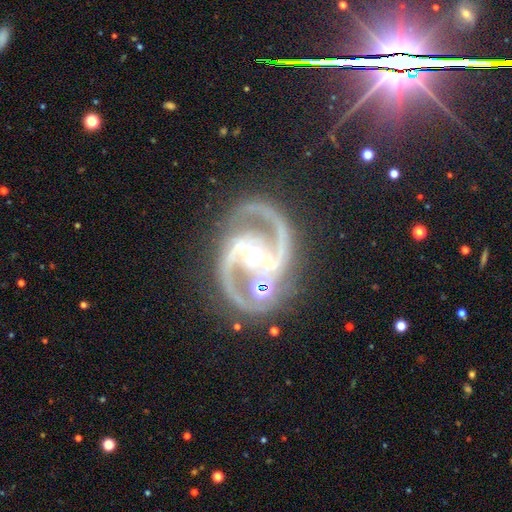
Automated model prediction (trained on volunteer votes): smooth_or_featured: featured or disk (p=0.92) [alt: star or artifact p=0.06]
disk_edge_on: no (p=0.98) [alt: yes p=0.02]
bar: strong (p=0.67) [alt: weak p=0.23]
has_spiral_arms: yes (p=0.98) [alt: no p=0.02]
spiral_winding: medium (p=0.65) [alt: tight p=0.21]
spiral_arm_count: 2 (p=0.94) [alt: 3 p=0.02]
bulge_size: moderate (p=0.63) [alt: small p=0.29]
merging: none (p=0.75) [alt: minor disturbance p=0.13]